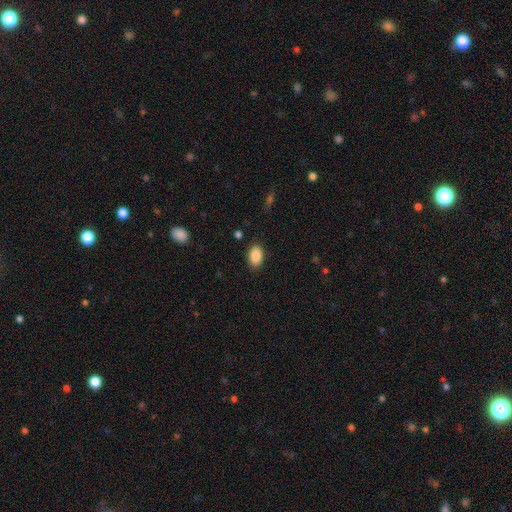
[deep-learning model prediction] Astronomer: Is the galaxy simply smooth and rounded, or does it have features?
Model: smooth — 89%.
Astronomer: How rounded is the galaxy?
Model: in between — 90%.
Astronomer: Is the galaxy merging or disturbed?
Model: none — 87%.